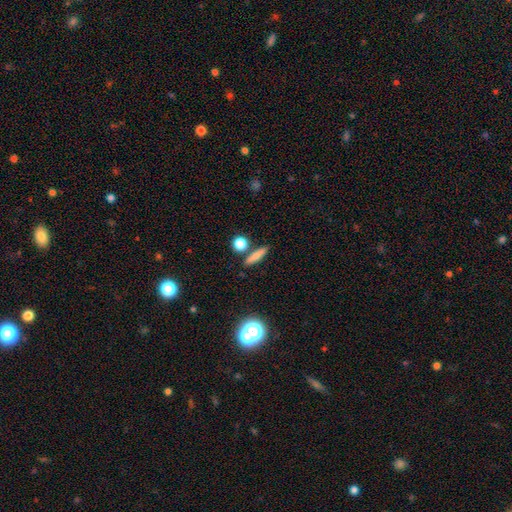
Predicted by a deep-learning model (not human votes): smooth 73%, featured or disk 17%, star or artifact 10%. Down the decision tree: how rounded — cigar-shaped (69%); merging — none (80%).